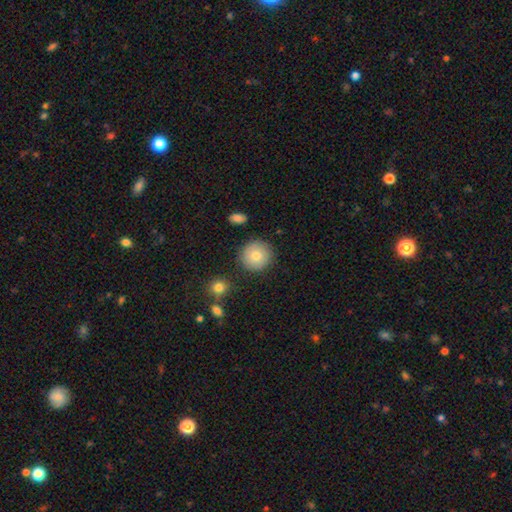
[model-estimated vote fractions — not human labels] smooth 79%, featured or disk 12%, star or artifact 9%. Down the decision tree: how rounded — round (93%); merging — none (88%).